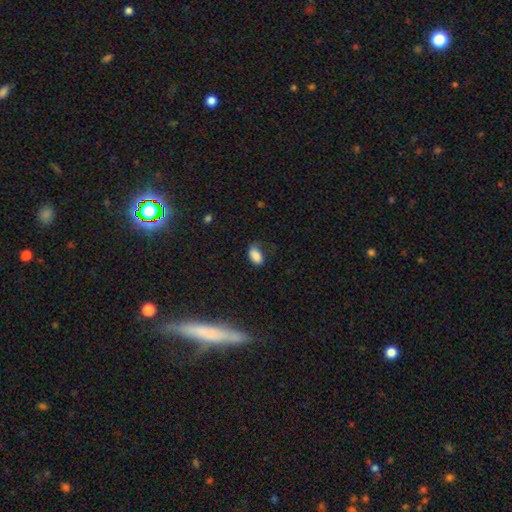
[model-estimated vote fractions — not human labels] smooth 87%, star or artifact 9%, featured or disk 5%. Down the decision tree: how rounded — in between (92%); merging — none (65%).